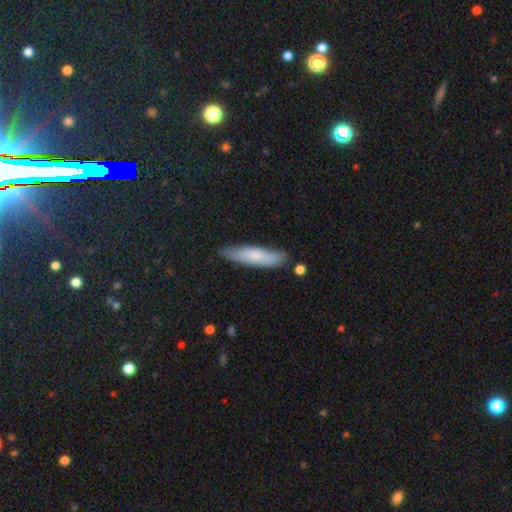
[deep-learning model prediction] The model was most divided on "smooth or featured": smooth: 70%, featured or disk: 23%, star or artifact: 6%. More confident: merging — none (77%); how rounded — cigar-shaped (76%).